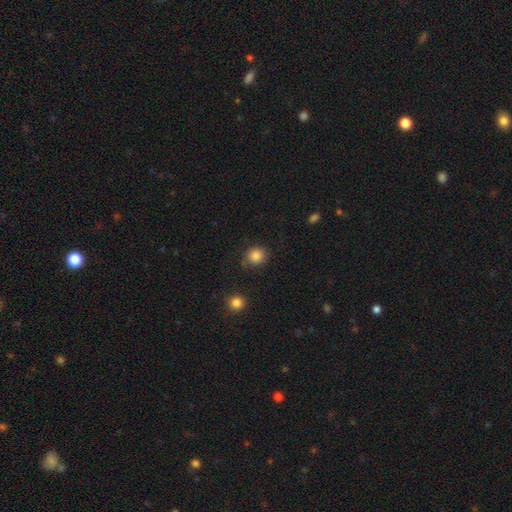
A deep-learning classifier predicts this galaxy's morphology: Smooth or featured? smooth (85%)
How rounded? round (84%)
Merging? none (80%)